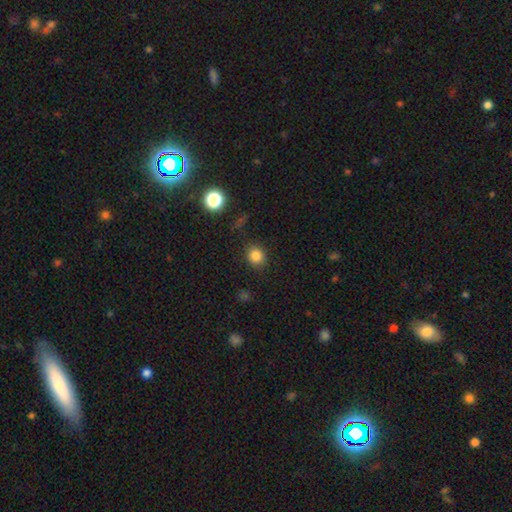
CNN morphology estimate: This appears to be a smooth galaxy with no disk features (83%) that is round (81%). Merging: none (87%).